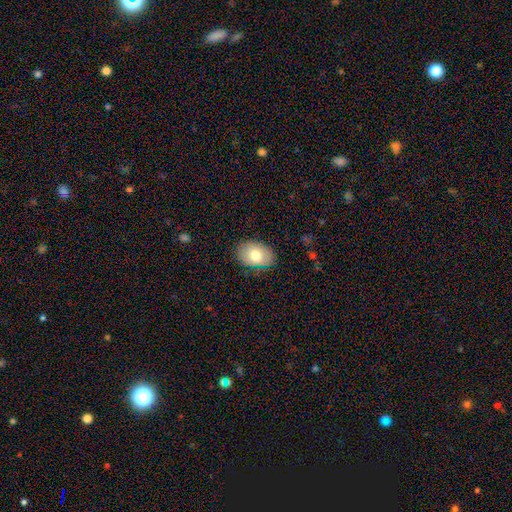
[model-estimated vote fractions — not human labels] Overall: smooth (77%). How rounded: in between (85%). Merging: none (85%).